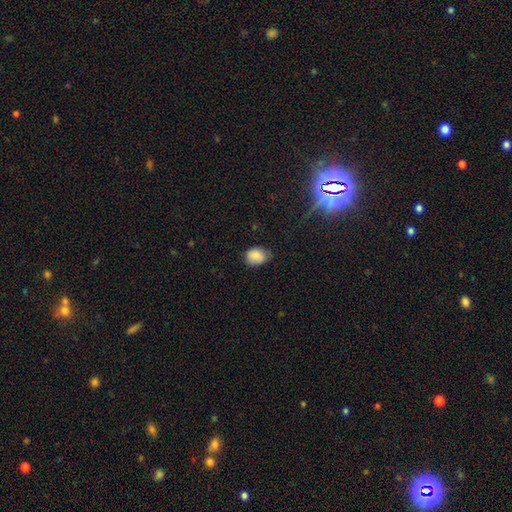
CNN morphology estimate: The model was most divided on "how rounded": in between: 60%, round: 39%, cigar-shaped: 1%. More confident: smooth or featured — smooth (85%); merging — none (67%).